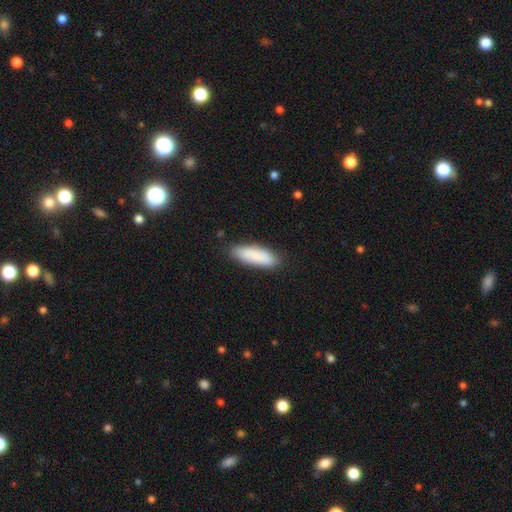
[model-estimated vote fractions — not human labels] The model was most divided on "how rounded": in between: 56%, cigar-shaped: 43%, round: 2%. More confident: smooth or featured — smooth (86%); merging — none (83%).